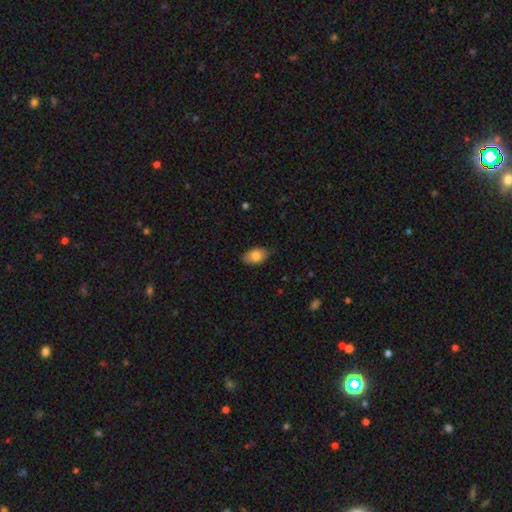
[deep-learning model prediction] This appears to be a smooth galaxy with no disk features (80%) that is in between round and cigar-shaped (90%). Merging: none (83%).